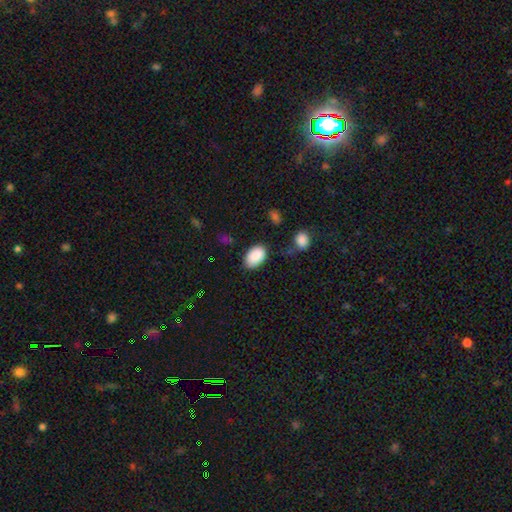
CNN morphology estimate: smooth 89%, star or artifact 7%, featured or disk 4%. Down the decision tree: how rounded — in between (91%); merging — none (77%).